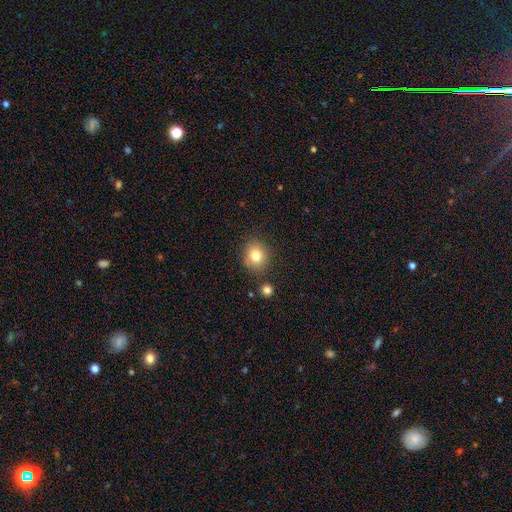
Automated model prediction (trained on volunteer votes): Smooth or featured? Predicted: smooth (p=0.80). How rounded? Predicted: round (p=0.75). Merging? Predicted: none (p=0.83).